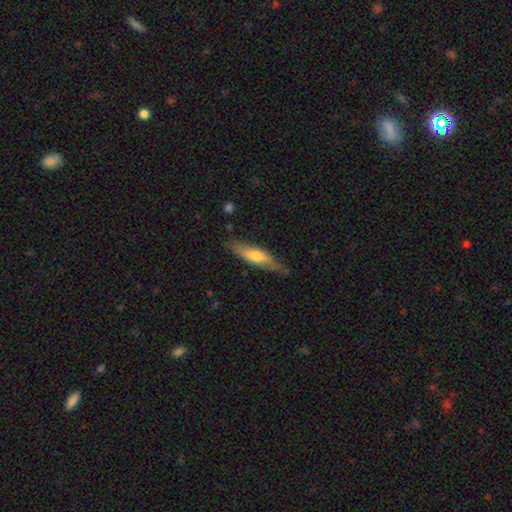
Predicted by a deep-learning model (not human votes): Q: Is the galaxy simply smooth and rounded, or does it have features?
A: smooth — 55%.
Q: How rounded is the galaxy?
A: cigar-shaped — 71%.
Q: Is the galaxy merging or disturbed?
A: none — 76%.